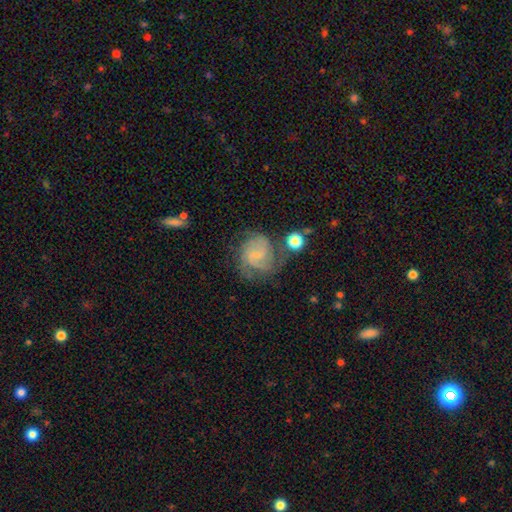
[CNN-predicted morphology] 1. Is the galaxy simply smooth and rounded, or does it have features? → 72% featured or disk, 20% smooth, 8% star or artifact.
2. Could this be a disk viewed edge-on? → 98% no, 2% yes.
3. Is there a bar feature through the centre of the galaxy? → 49% no, 43% weak, 7% strong.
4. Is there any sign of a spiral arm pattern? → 92% yes, 8% no.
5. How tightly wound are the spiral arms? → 43% medium, 41% tight, 16% loose.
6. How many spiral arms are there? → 39% 2, 27% can't tell, 20% 3, 5% 1, 5% 4, 4% more than 4.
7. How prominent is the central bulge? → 70% small, 15% none, 13% moderate, 1% large, 1% dominant.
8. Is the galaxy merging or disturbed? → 56% none, 22% minor disturbance, 16% major disturbance, 6% merger.